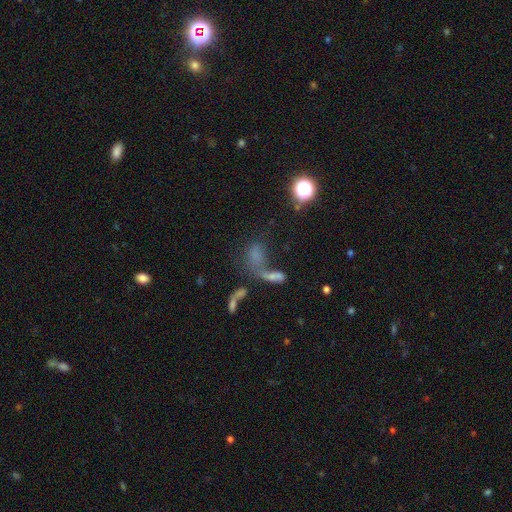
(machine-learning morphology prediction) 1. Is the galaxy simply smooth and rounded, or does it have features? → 55% smooth, 26% star or artifact, 19% featured or disk.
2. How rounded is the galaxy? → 70% in between, 20% round, 10% cigar-shaped.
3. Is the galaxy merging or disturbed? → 52% merger, 23% none, 16% major disturbance, 9% minor disturbance.